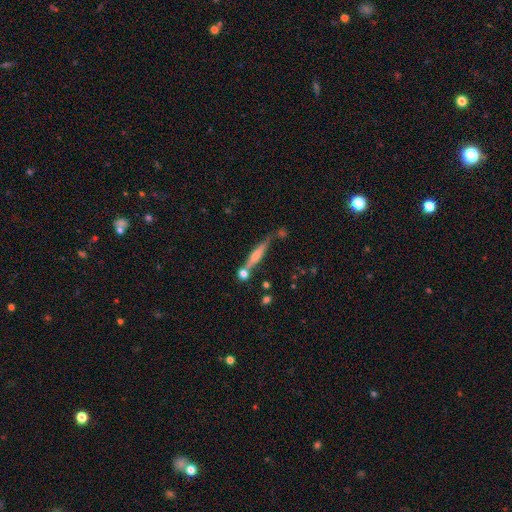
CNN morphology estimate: A featured or disk galaxy (48%). Merging: none (64%).